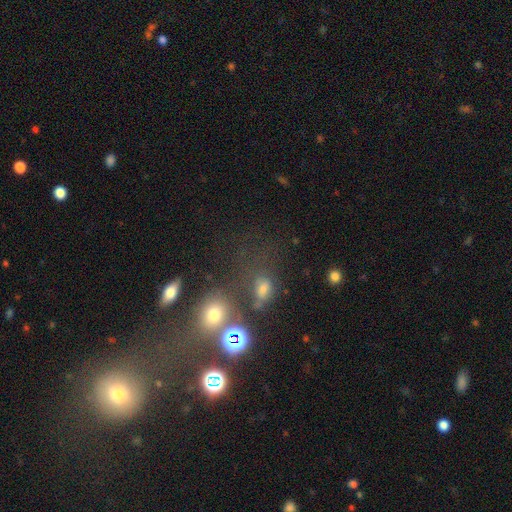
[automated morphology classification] The model was most divided on "smooth or featured": smooth: 45%, star or artifact: 41%, featured or disk: 13%. Remaining: merging — none (47%).